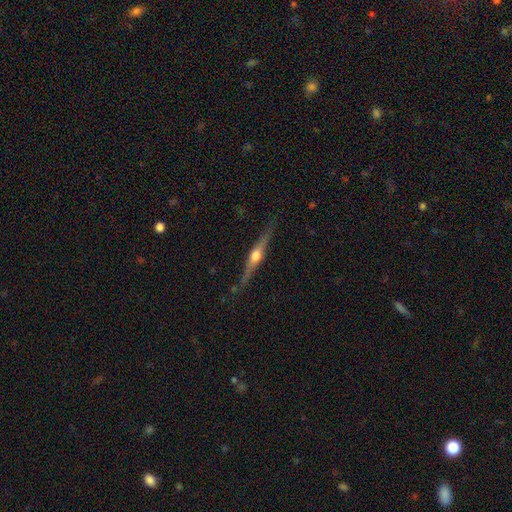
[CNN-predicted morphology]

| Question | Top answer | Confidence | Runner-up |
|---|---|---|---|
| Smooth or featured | featured or disk | 77% | smooth (17%) |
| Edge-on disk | yes | 98% | no (2%) |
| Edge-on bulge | rounded | 94% | boxy (3%) |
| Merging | none | 86% | minor disturbance (10%) |